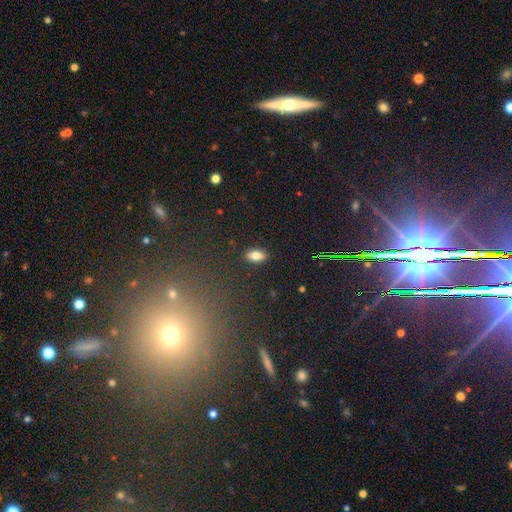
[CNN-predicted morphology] Overall: smooth (80%). How rounded: in between (90%). Merging: none (88%).